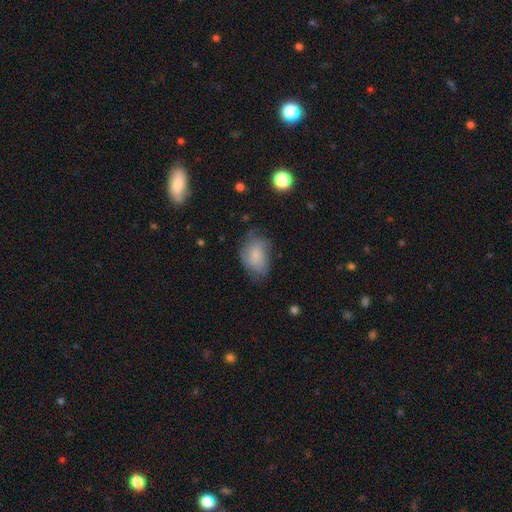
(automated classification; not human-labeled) This appears to be a smooth galaxy with no disk features (70%) that is in between round and cigar-shaped (80%). Merging: none (57%).